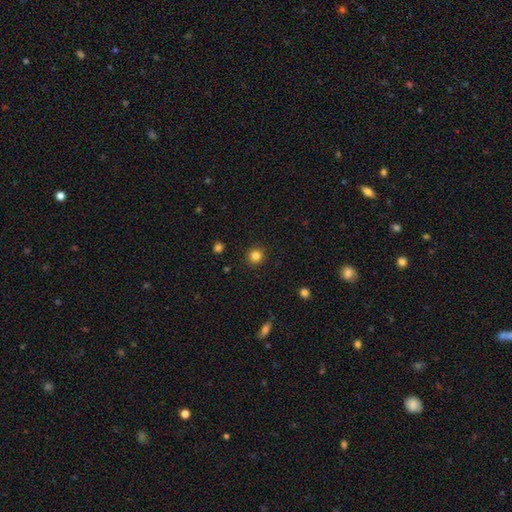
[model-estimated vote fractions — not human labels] smooth-or-featured: smooth: 83% | star or artifact: 13% | featured or disk: 4%
  how-rounded: round: 94% | in between: 5% | cigar-shaped: 1%
  merging: none: 92% | minor disturbance: 5% | major disturbance: 2% | merger: 1%